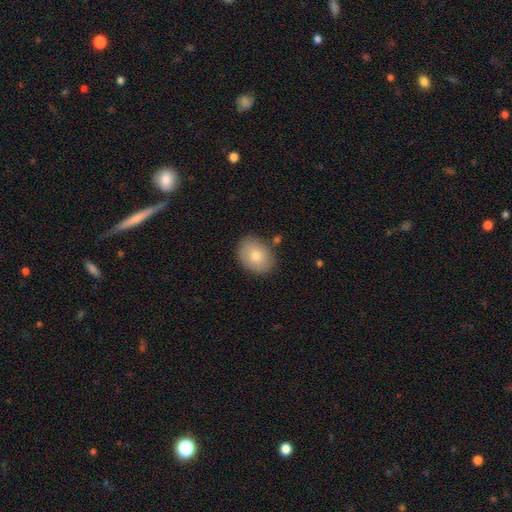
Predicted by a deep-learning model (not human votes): smooth 78%, featured or disk 14%, star or artifact 7%. Down the decision tree: how rounded — in between (61%); merging — none (80%).